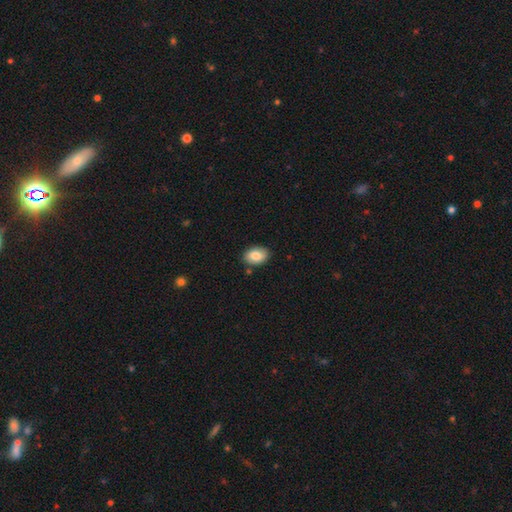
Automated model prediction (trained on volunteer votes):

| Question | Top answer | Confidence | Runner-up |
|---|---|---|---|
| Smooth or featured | smooth | 84% | featured or disk (9%) |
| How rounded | in between | 85% | round (14%) |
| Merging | none | 84% | minor disturbance (11%) |